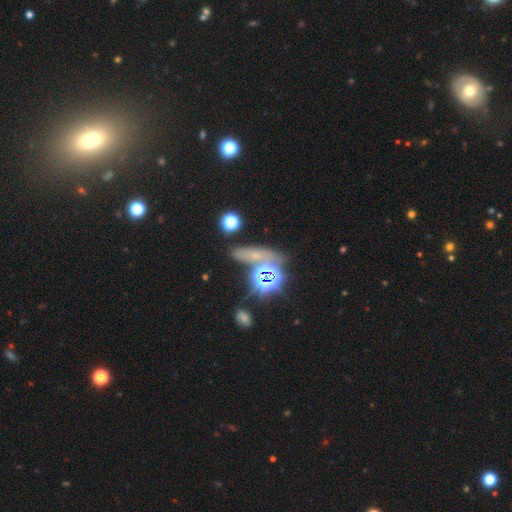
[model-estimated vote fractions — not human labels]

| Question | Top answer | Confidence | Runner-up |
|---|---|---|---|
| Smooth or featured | star or artifact | 46% | smooth (36%) |